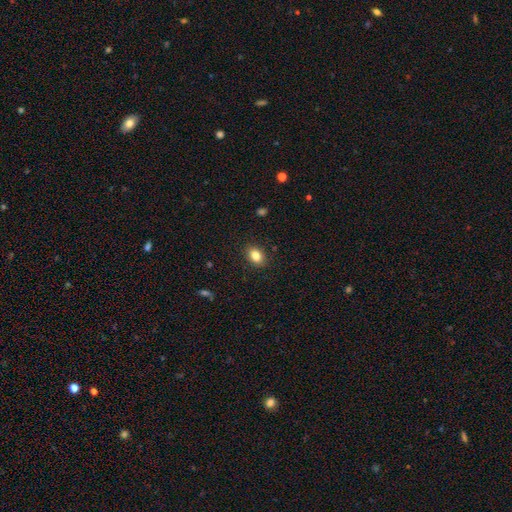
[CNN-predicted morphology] Smooth or featured? smooth (84%)
How rounded? in between (75%)
Merging? none (88%)